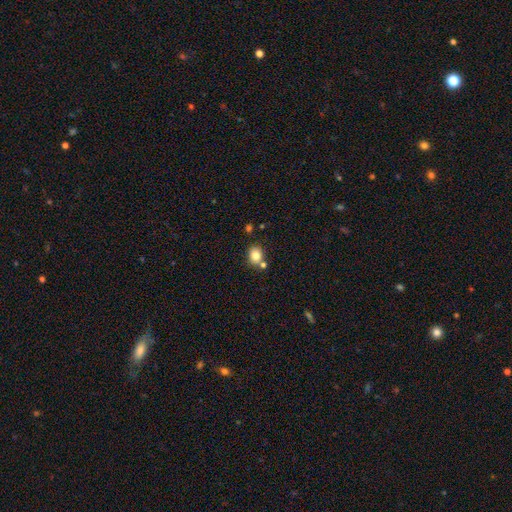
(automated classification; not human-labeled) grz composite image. It shows a smooth galaxy with no disk features (82%) that is round (64%). Merging: none (69%).